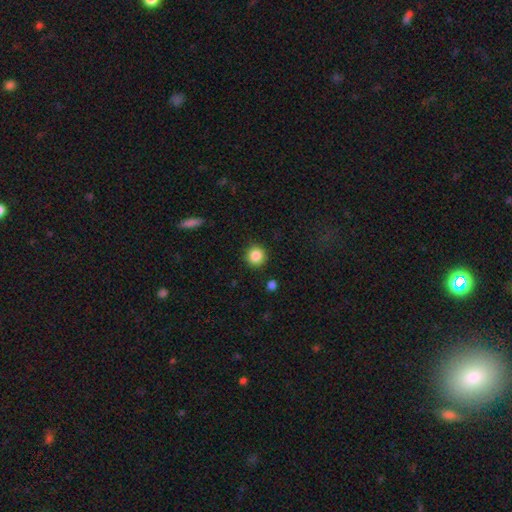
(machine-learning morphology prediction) smooth-or-featured: smooth: 86% | star or artifact: 10% | featured or disk: 4%
  how-rounded: round: 93% | in between: 6% | cigar-shaped: 1%
  merging: none: 89% | minor disturbance: 7% | major disturbance: 2% | merger: 2%